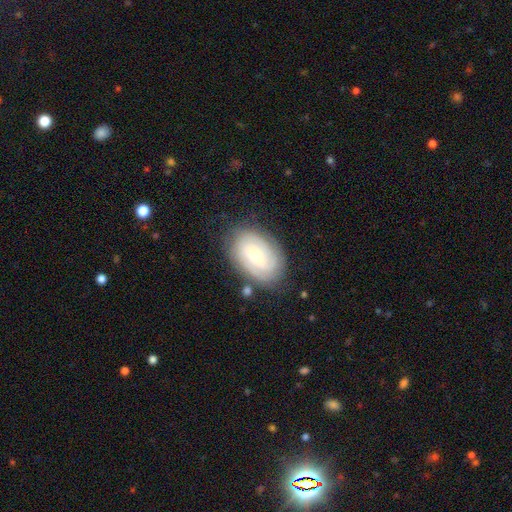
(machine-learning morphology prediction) Smooth or featured? featured or disk (67%)
Edge-on disk? no (95%)
Bar? no (63%)
Spiral arms? yes (88%)
Spiral winding? tight (70%)
Spiral arm count? can't tell (42%)
Bulge size? small (52%)
Merging? none (78%)